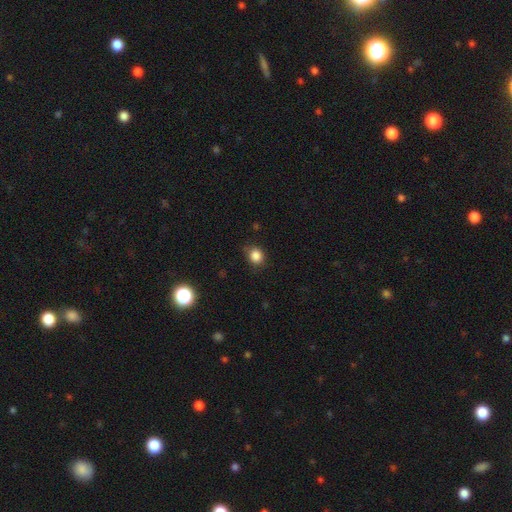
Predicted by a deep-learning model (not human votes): A smooth galaxy with no disk features (84%) that is round (74%).

Vote fractions:
- Smooth or featured? smooth: 84% / star or artifact: 12% / featured or disk: 4%
- How rounded? round: 74% / in between: 25% / cigar-shaped: 1%
- Merging? none: 79% / minor disturbance: 16% / major disturbance: 4% / merger: 1%